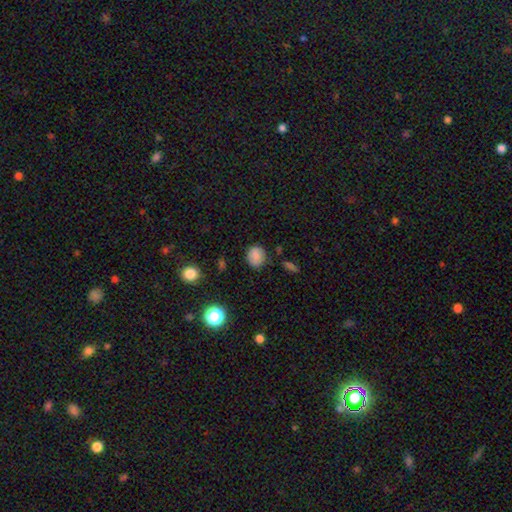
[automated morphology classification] smooth-or-featured: smooth: 81% | star or artifact: 11% | featured or disk: 8%
  how-rounded: round: 68% | in between: 31% | cigar-shaped: 1%
  merging: none: 78% | minor disturbance: 16% | major disturbance: 4% | merger: 2%